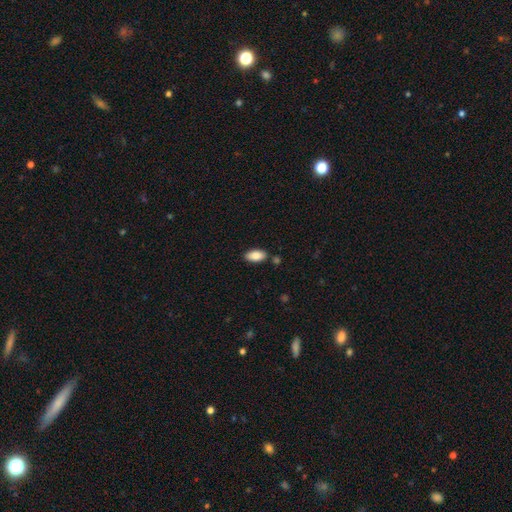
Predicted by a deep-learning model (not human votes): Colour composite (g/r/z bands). It shows a smooth galaxy with no disk features (86%) that is in between round and cigar-shaped (93%). Merging: none (83%).